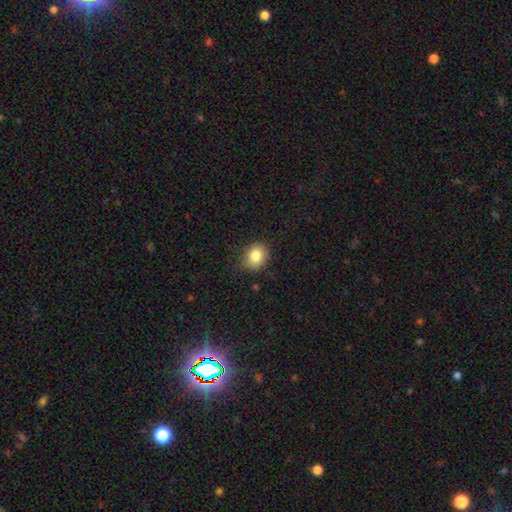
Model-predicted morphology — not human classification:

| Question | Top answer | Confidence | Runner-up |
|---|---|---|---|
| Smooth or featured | smooth | 84% | star or artifact (9%) |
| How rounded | round | 53% | in between (46%) |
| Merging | none | 80% | minor disturbance (15%) |